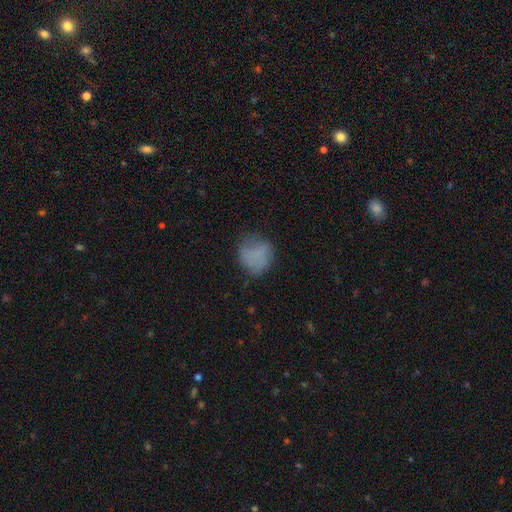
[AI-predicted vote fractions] Smooth or featured?
  - smooth: 69% *
  - featured or disk: 19%
  - star or artifact: 11%
How rounded?
  - round: 79% *
  - in between: 20%
  - cigar-shaped: 1%
Merging?
  - none: 61% *
  - minor disturbance: 24%
  - major disturbance: 13%
  - merger: 2%